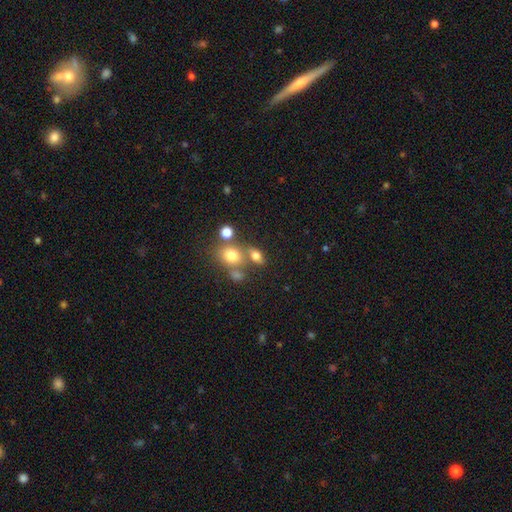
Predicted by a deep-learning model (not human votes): This appears to be a smooth galaxy with no disk features (73%) that is in between round and cigar-shaped (69%). Merging: none (54%).